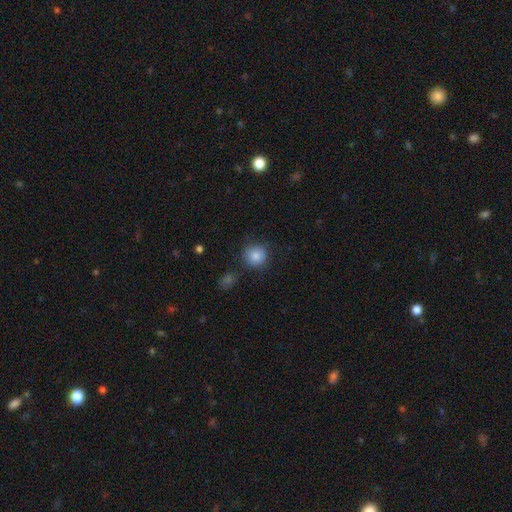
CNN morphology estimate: Smooth or featured: smooth — 84% (star or artifact — 10%)
How rounded: round — 92% (in between — 7%)
Merging: none — 79% (minor disturbance — 13%)